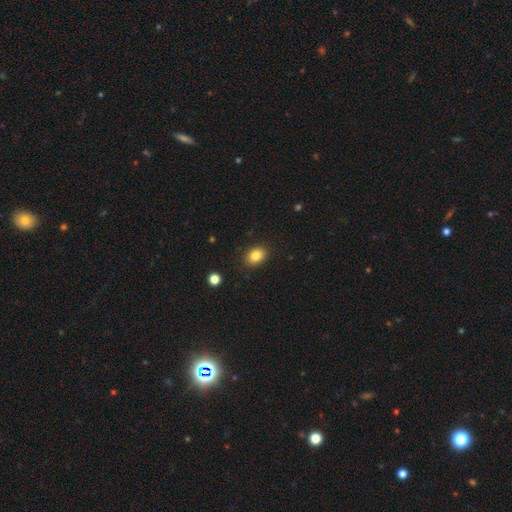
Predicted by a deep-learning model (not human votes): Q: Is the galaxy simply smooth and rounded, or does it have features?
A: smooth — 84%.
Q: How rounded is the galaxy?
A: in between — 62%.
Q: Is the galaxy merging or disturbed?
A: none — 88%.